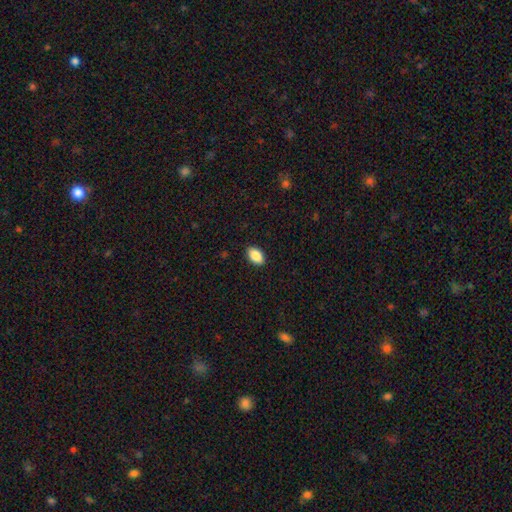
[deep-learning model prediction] Smooth or featured? Predicted: smooth (p=0.88). How rounded? Predicted: in between (p=0.92). Merging? Predicted: none (p=0.89).